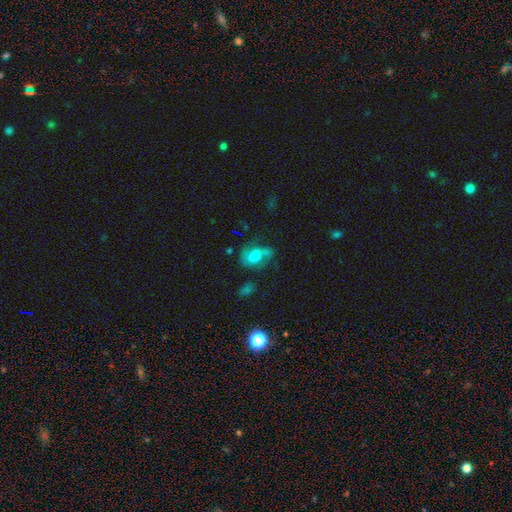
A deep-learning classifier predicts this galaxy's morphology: smooth-or-featured: featured or disk: 46% | smooth: 43% | star or artifact: 11%
  merging: none: 43% | minor disturbance: 24% | major disturbance: 22% | merger: 10%